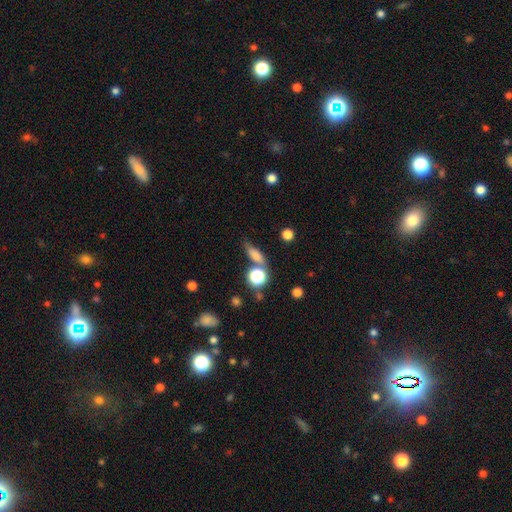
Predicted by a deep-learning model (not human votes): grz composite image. It shows a smooth galaxy with no disk features (66%) that is in between round and cigar-shaped (46%). Merging: none (60%).